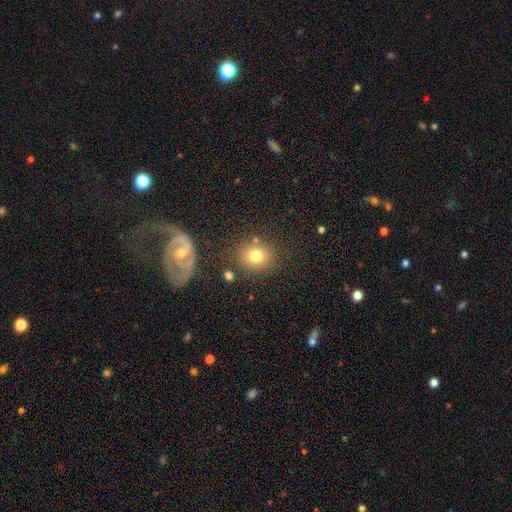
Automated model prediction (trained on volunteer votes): Overall: smooth (77%). How rounded: round (79%). Merging: none (78%).